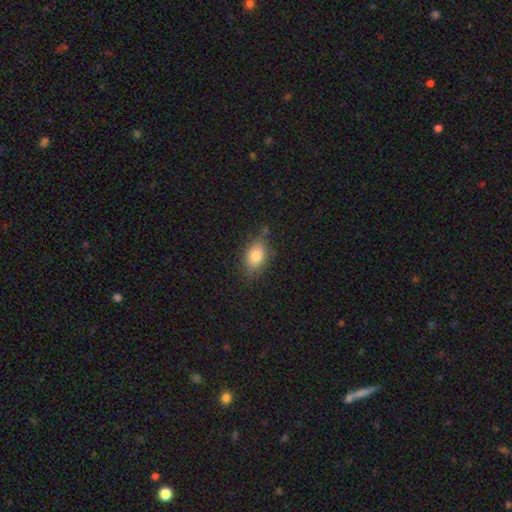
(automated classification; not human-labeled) smooth 80%, featured or disk 11%, star or artifact 9%. Down the decision tree: how rounded — in between (83%); merging — none (76%).